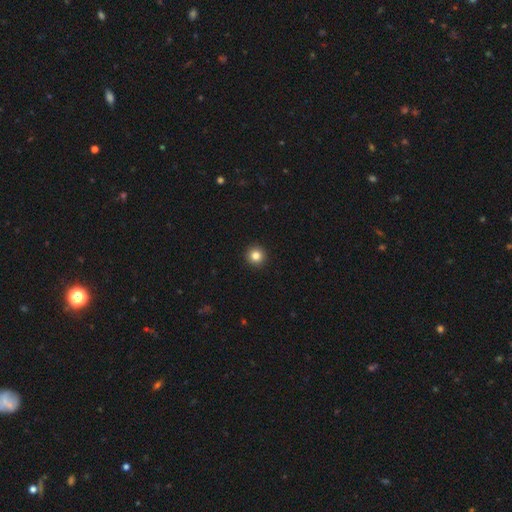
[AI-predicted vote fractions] The model was most divided on "smooth or featured": smooth: 83%, star or artifact: 11%, featured or disk: 6%. More confident: how rounded — round (96%); merging — none (94%).